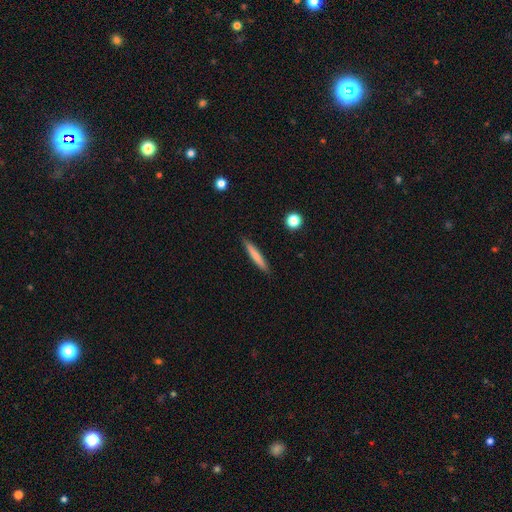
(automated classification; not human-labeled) This appears to be a smooth galaxy with no disk features (73%) that is cigar-shaped (94%). Merging: none (89%).